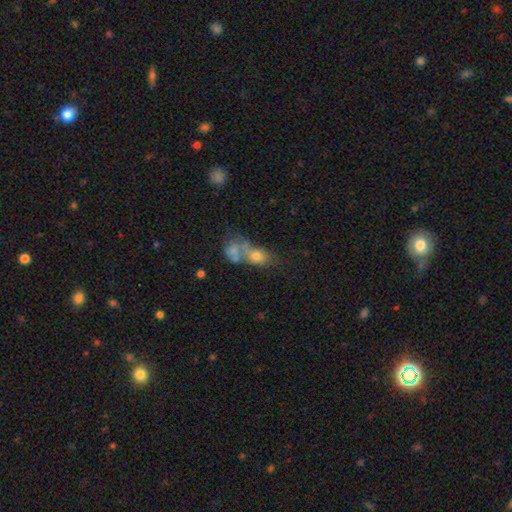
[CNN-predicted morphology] Smooth or featured? smooth (65%)
How rounded? in between (67%)
Merging? merger (58%)